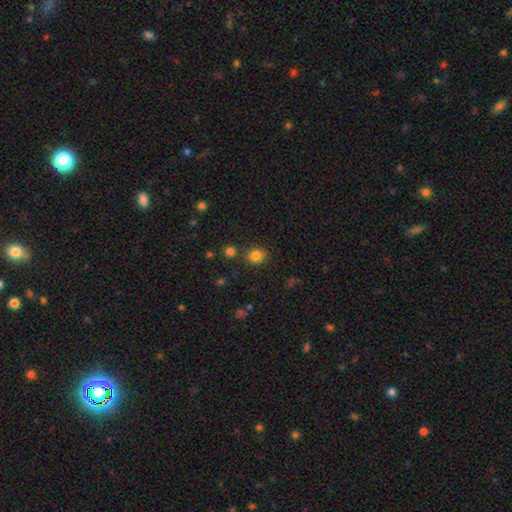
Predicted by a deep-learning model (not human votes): Morphology: type=smooth (82%); roundness=round (70%); merging=none (77%).